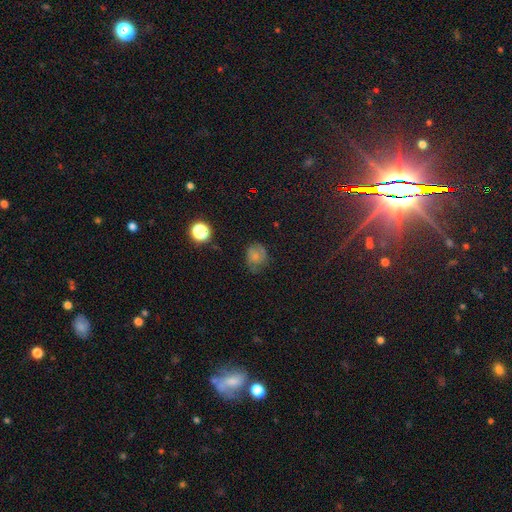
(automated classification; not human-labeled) This appears to be a smooth galaxy with no disk features (51%) that is round (65%). Merging: none (59%).